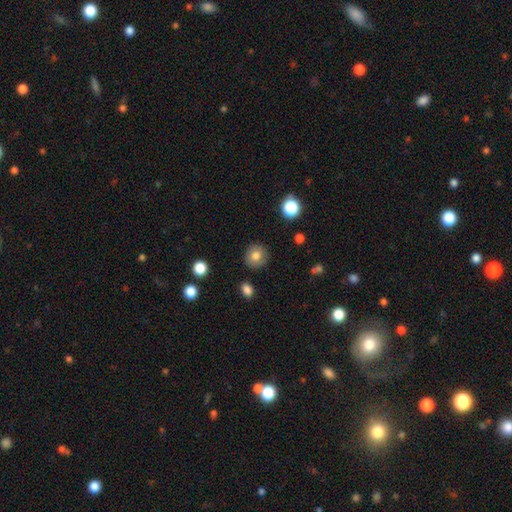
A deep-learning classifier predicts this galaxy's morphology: The model was most divided on "smooth or featured": smooth: 79%, featured or disk: 12%, star or artifact: 10%. More confident: merging — none (87%); how rounded — round (87%).